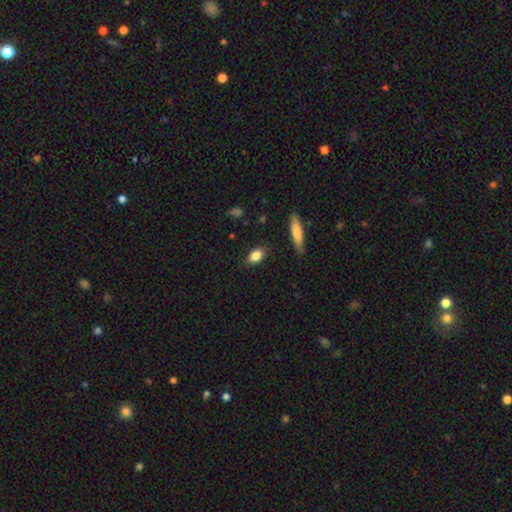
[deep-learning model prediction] Smooth or featured: smooth — 84% (star or artifact — 8%)
How rounded: in between — 83% (round — 10%)
Merging: none — 86% (minor disturbance — 10%)